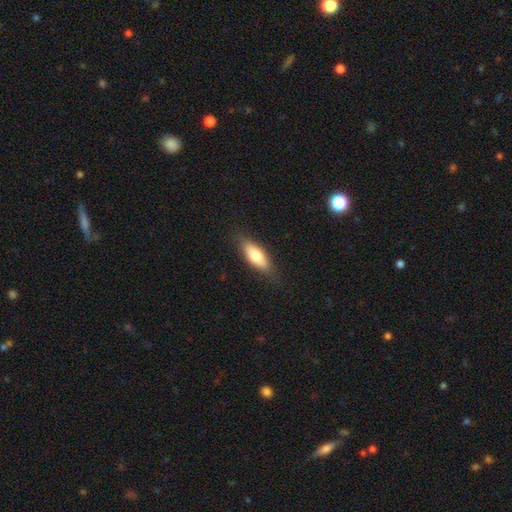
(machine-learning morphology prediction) Smooth or featured? smooth (74%)
How rounded? in between (73%)
Merging? none (82%)